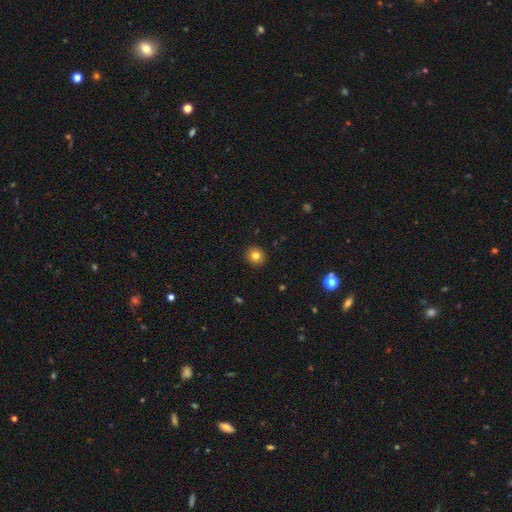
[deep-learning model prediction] A smooth galaxy with no disk features (81%) that is round (92%).

Vote fractions:
- Smooth or featured? smooth: 81% / star or artifact: 11% / featured or disk: 8%
- How rounded? round: 92% / in between: 7% / cigar-shaped: 1%
- Merging? none: 92% / minor disturbance: 5% / major disturbance: 2% / merger: 1%